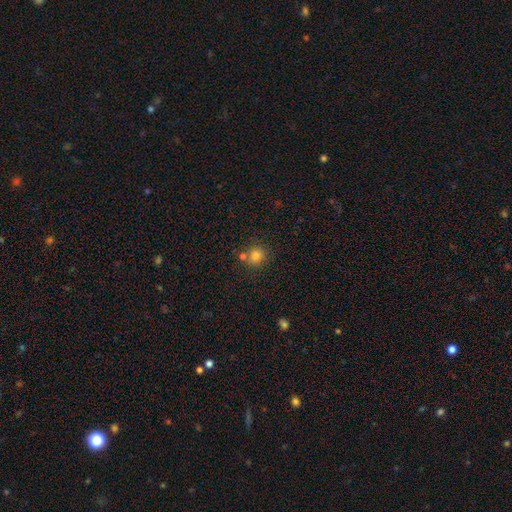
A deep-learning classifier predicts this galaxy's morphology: Overall: smooth (80%). How rounded: round (89%). Merging: none (69%).